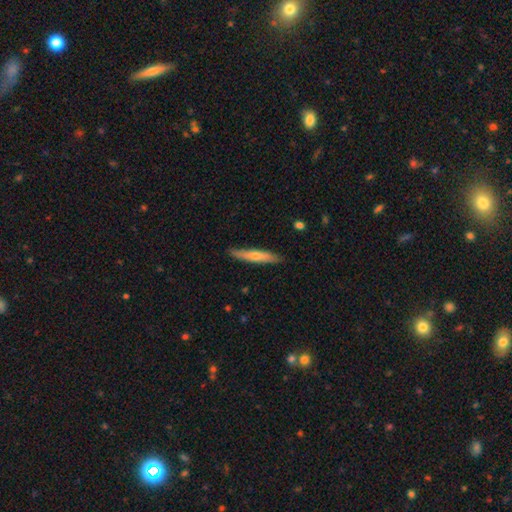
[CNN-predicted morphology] This appears to be a smooth galaxy with no disk features (56%) that is cigar-shaped (92%). Merging: none (86%).